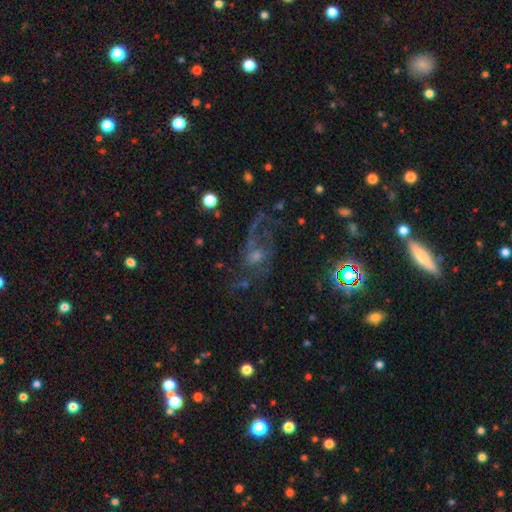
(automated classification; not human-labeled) This is possibly a featured or disk galaxy (59%). It is clearly not viewed edge-on (93%). Bar: likely no (69%). Spiral arm pattern: likely yes (77%). Central bulge: possibly small (45%). Merging: possibly none (48%).